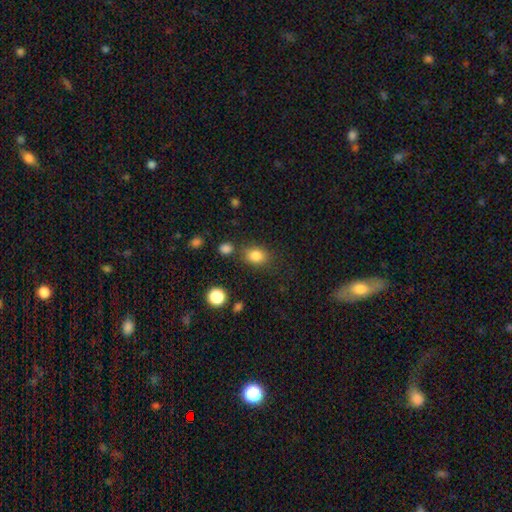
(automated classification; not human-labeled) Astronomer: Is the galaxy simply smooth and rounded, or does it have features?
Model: smooth — 83%.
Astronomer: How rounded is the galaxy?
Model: in between — 63%.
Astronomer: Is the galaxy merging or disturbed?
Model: none — 75%.